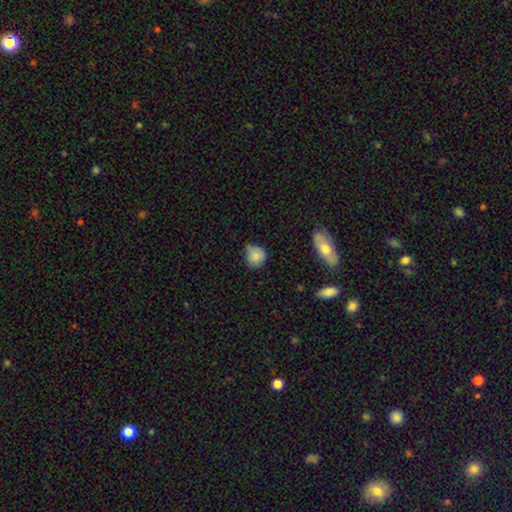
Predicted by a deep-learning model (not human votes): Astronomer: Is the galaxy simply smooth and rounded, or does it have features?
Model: smooth — 83%.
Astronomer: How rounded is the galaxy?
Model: round — 85%.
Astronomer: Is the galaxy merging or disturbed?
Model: none — 57%.